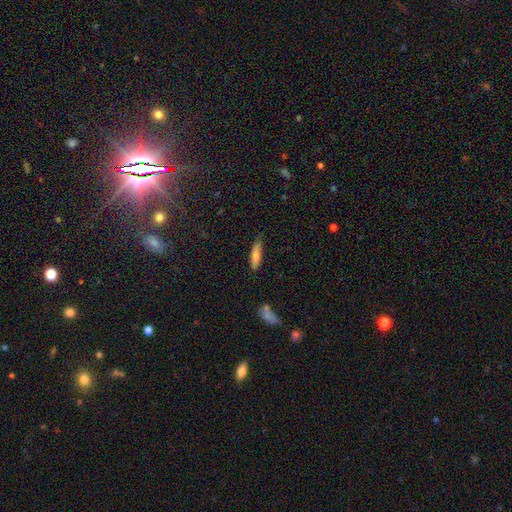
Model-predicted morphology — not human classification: type=smooth (70%); roundness=cigar-shaped (64%); merging=none (74%).